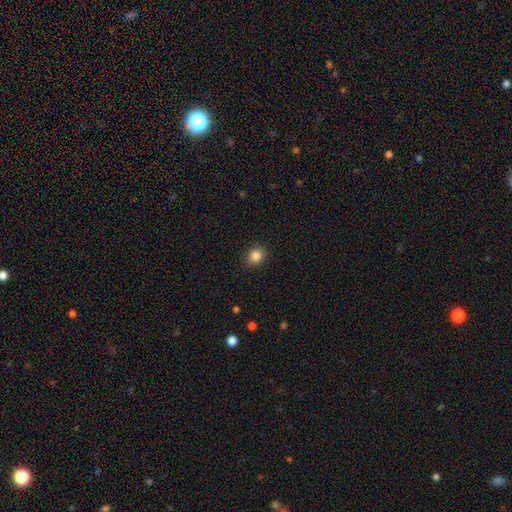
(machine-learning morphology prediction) Smooth or featured: smooth — 85% (star or artifact — 11%)
How rounded: round — 65% (in between — 34%)
Merging: none — 89% (minor disturbance — 8%)